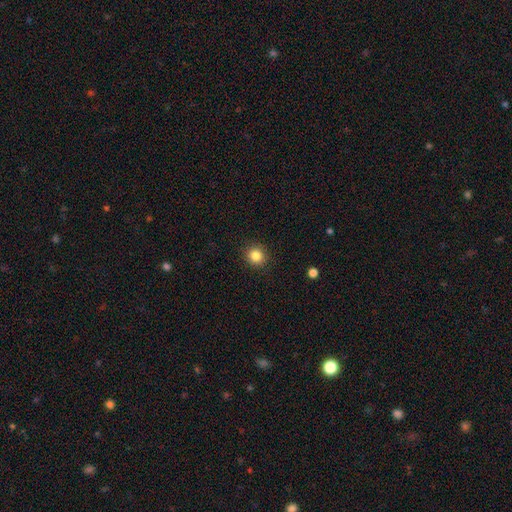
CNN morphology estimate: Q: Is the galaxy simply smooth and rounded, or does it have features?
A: smooth — 84%.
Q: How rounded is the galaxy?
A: round — 90%.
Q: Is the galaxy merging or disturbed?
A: none — 91%.